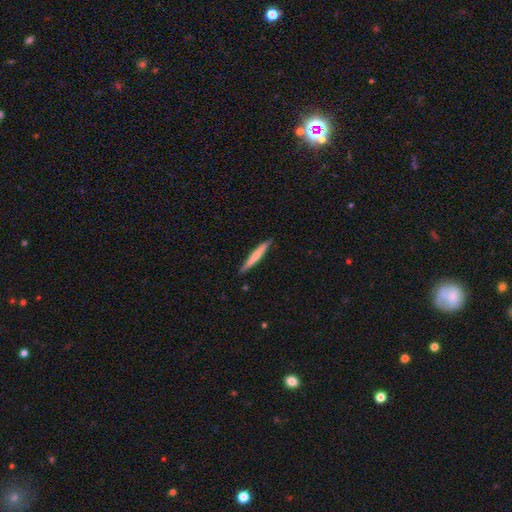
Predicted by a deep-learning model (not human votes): A smooth galaxy with no disk features (63%) that is cigar-shaped (96%).

Vote fractions:
- Smooth or featured? smooth: 63% / featured or disk: 31% / star or artifact: 5%
- How rounded? cigar-shaped: 96% / in between: 3% / round: 1%
- Merging? none: 87% / minor disturbance: 10% / major disturbance: 2% / merger: 1%